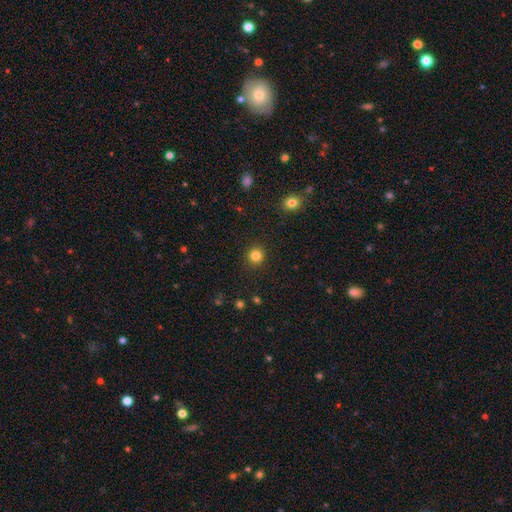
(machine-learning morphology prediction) smooth 83%, star or artifact 13%, featured or disk 4%. Down the decision tree: how rounded — round (93%); merging — none (91%).